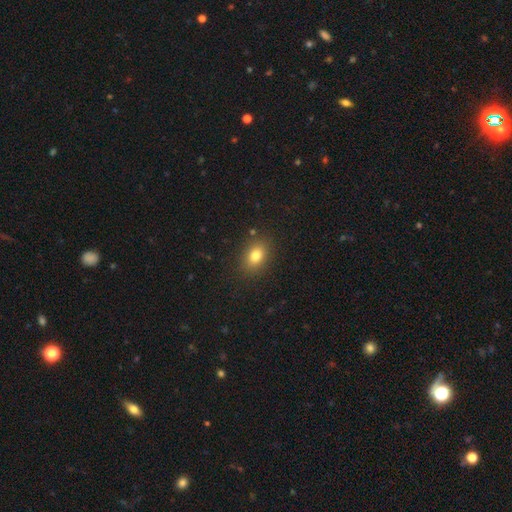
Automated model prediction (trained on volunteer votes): Morphology: type=smooth (81%); roundness=in between (72%); merging=none (86%).